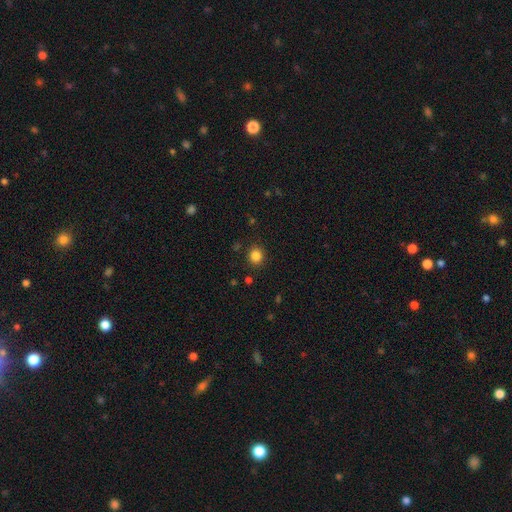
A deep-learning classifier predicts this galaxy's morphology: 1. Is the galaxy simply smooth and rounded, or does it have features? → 84% smooth, 12% star or artifact, 4% featured or disk.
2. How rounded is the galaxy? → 84% round, 15% in between, 1% cigar-shaped.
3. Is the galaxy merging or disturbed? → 88% none, 7% minor disturbance, 3% major disturbance, 2% merger.